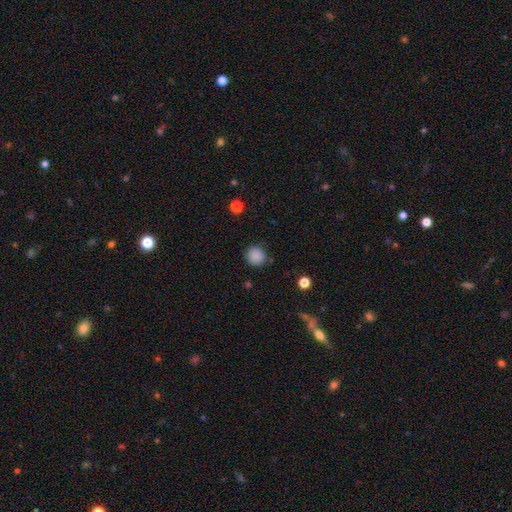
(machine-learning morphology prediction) This is clearly a smooth galaxy (86%). How rounded: clearly round (90%). Merging: clearly none (82%).